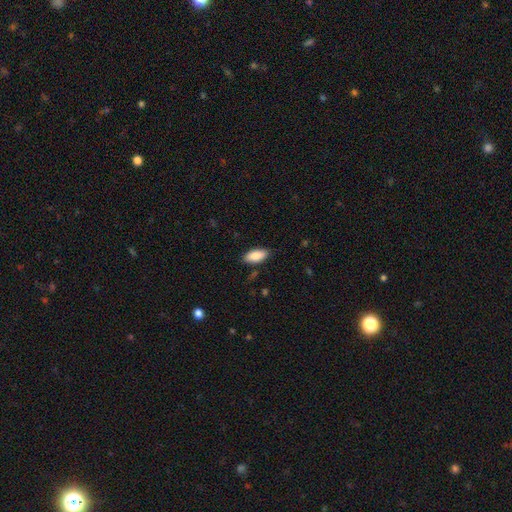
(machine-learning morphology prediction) Overall: smooth (87%). How rounded: in between (90%). Merging: none (85%).